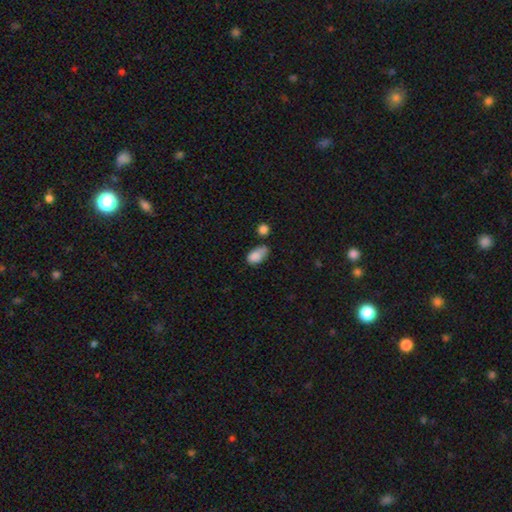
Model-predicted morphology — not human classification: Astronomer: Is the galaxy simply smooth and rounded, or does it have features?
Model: smooth — 84%.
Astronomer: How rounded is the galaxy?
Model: in between — 90%.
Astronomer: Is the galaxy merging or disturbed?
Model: none — 40% (runner-up: minor disturbance, 35%).